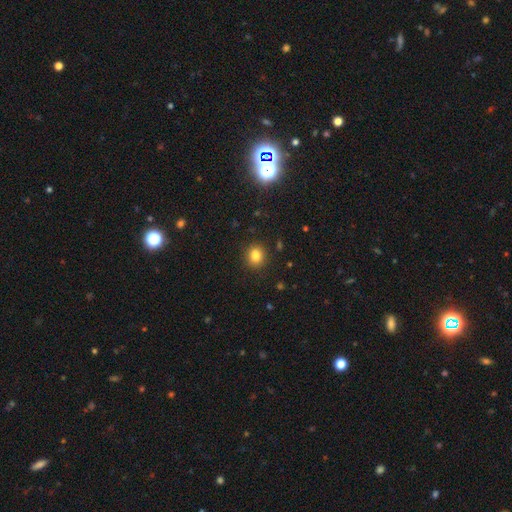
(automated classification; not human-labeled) smooth_or_featured: smooth (p=0.82) [alt: star or artifact p=0.12]
how_rounded: round (p=0.71) [alt: in between p=0.28]
merging: none (p=0.88) [alt: minor disturbance p=0.08]